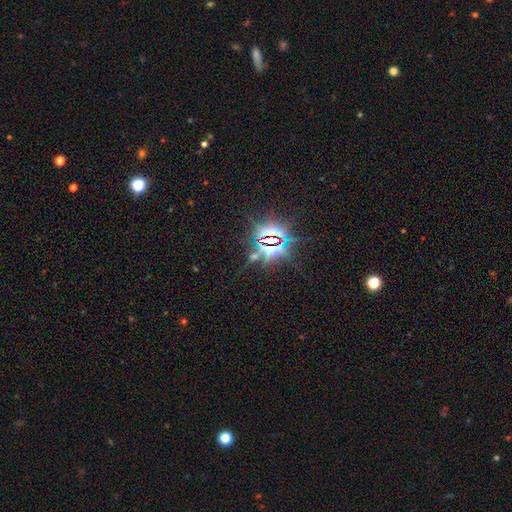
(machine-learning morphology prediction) type=star or artifact (84%).